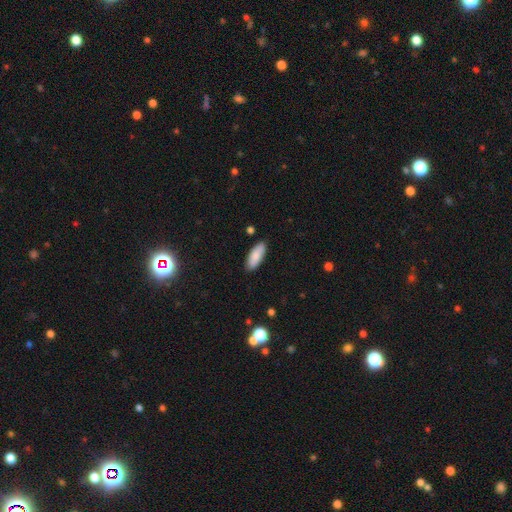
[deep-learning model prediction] A smooth galaxy with no disk features (86%) that is in between round and cigar-shaped (74%).

Vote fractions:
- Smooth or featured? smooth: 86% / featured or disk: 8% / star or artifact: 6%
- How rounded? in between: 74% / cigar-shaped: 24% / round: 2%
- Merging? none: 87% / minor disturbance: 9% / major disturbance: 2% / merger: 1%